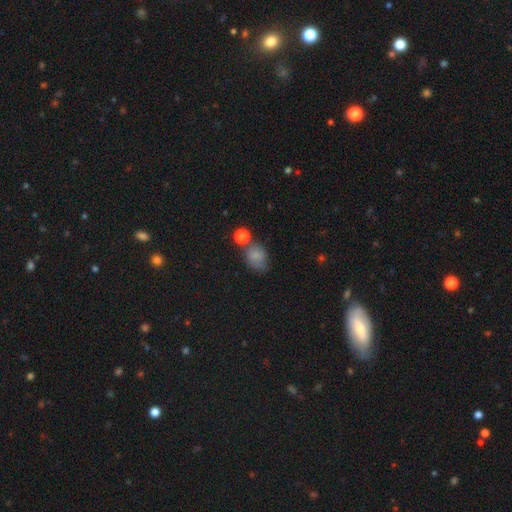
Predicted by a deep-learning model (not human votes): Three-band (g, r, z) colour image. It shows a smooth galaxy with no disk features (74%) that is in between round and cigar-shaped (56%). Merging: none (46%).